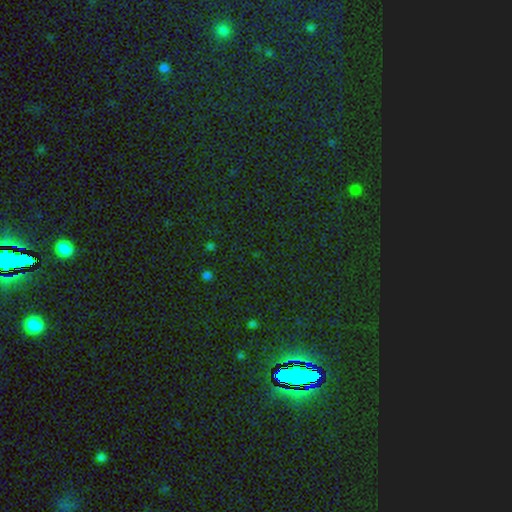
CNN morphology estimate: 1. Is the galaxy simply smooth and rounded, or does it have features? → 83% star or artifact, 11% smooth, 7% featured or disk.